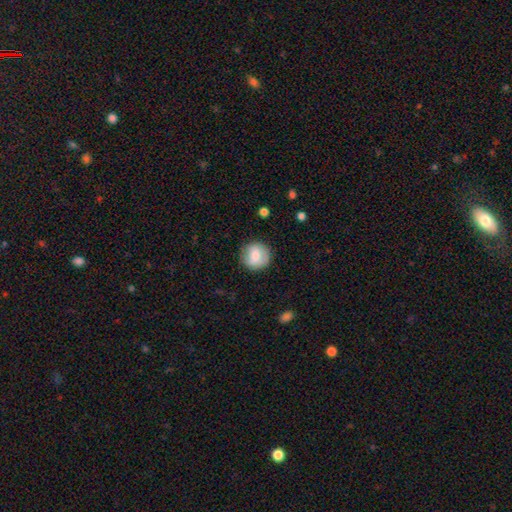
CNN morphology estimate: The model was most divided on "smooth or featured": smooth: 78%, featured or disk: 14%, star or artifact: 7%. More confident: how rounded — round (92%); merging — none (84%).